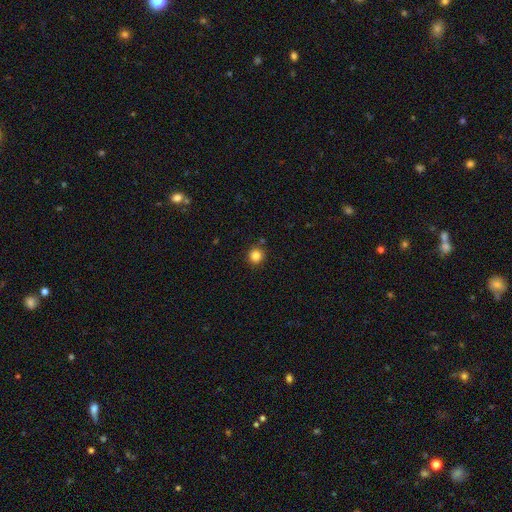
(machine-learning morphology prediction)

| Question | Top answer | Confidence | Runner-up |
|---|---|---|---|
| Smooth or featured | smooth | 84% | star or artifact (12%) |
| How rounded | round | 92% | in between (7%) |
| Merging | none | 87% | minor disturbance (7%) |